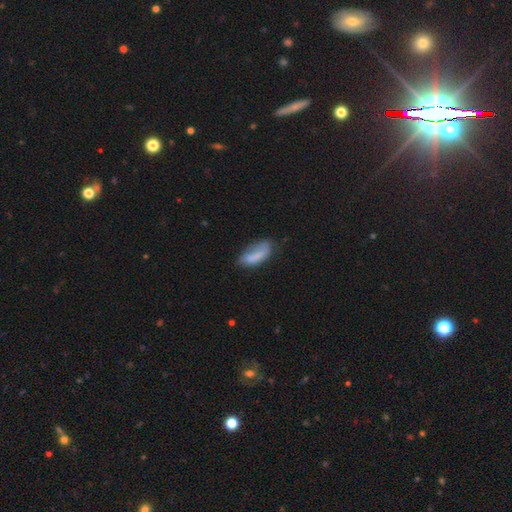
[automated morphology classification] Smooth or featured? Predicted: smooth (p=0.70). How rounded? Predicted: in between (p=0.80). Merging? Predicted: none (p=0.42).